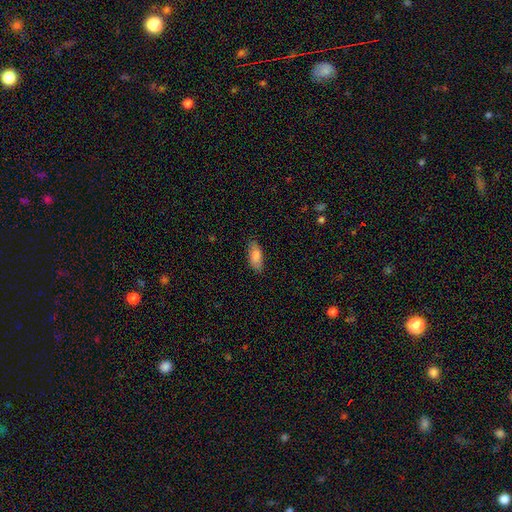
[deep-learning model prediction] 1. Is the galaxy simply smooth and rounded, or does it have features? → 84% smooth, 10% featured or disk, 6% star or artifact.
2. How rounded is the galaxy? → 81% in between, 17% cigar-shaped, 2% round.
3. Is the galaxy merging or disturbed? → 83% none, 13% minor disturbance, 3% major disturbance, 1% merger.